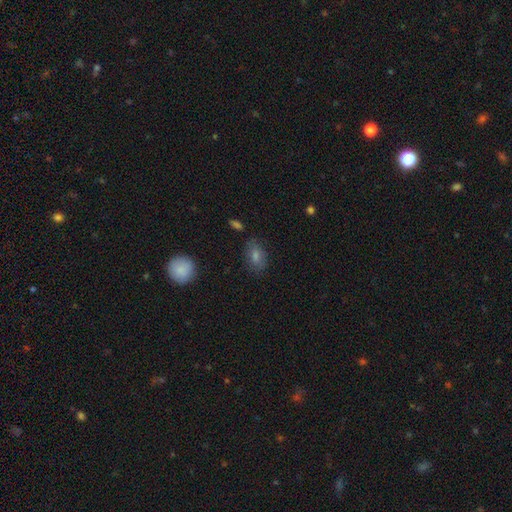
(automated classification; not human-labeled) A smooth galaxy with no disk features (70%) that is in between round and cigar-shaped (84%).

Vote fractions:
- Smooth or featured? smooth: 70% / featured or disk: 16% / star or artifact: 14%
- How rounded? in between: 84% / round: 13% / cigar-shaped: 3%
- Merging? none: 78% / minor disturbance: 15% / major disturbance: 4% / merger: 3%